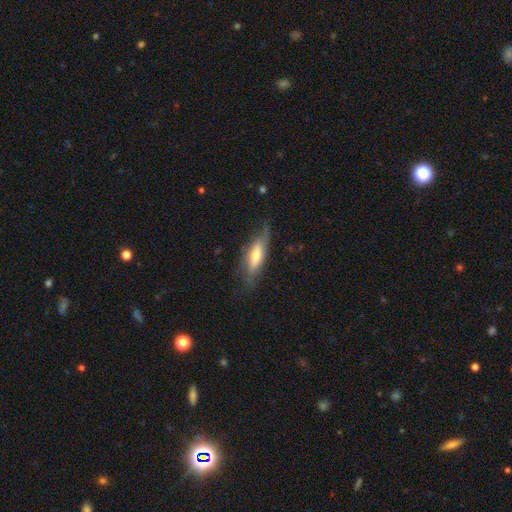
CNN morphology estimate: This is possibly a featured or disk galaxy (48%). Merging: likely none (67%).